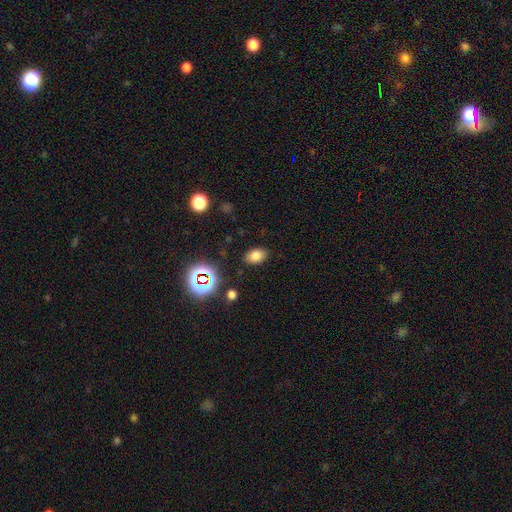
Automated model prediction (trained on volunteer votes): The model was most divided on "smooth or featured": smooth: 76%, star or artifact: 16%, featured or disk: 8%. More confident: merging — none (85%); how rounded — in between (84%).